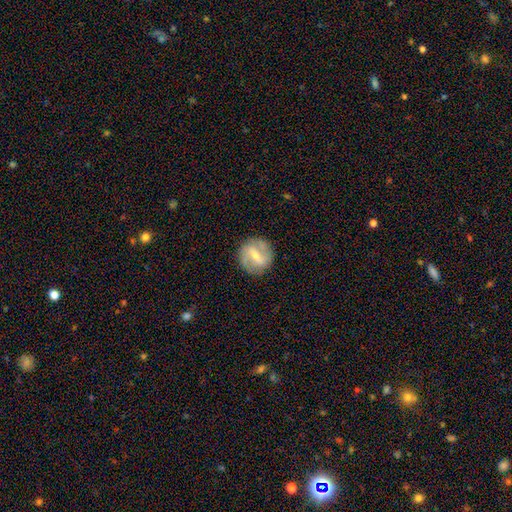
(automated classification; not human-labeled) smooth_or_featured: featured or disk (p=0.72) [alt: smooth p=0.22]
disk_edge_on: no (p=0.96) [alt: yes p=0.04]
bar: strong (p=0.51) [alt: weak p=0.39]
has_spiral_arms: yes (p=0.84) [alt: no p=0.16]
spiral_winding: medium (p=0.44) [alt: loose p=0.33]
spiral_arm_count: 2 (p=0.84) [alt: can't tell p=0.09]
bulge_size: small (p=0.57) [alt: moderate p=0.36]
merging: none (p=0.84) [alt: minor disturbance p=0.11]